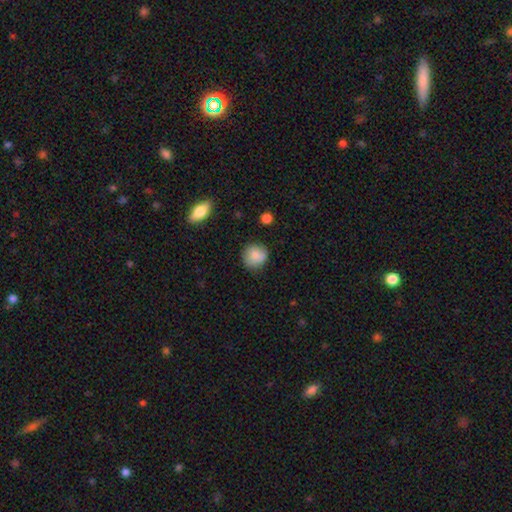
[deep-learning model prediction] A smooth galaxy with no disk features (84%) that is round (89%).

Vote fractions:
- Smooth or featured? smooth: 84% / star or artifact: 8% / featured or disk: 8%
- How rounded? round: 89% / in between: 10% / cigar-shaped: 1%
- Merging? none: 80% / minor disturbance: 15% / major disturbance: 3% / merger: 2%